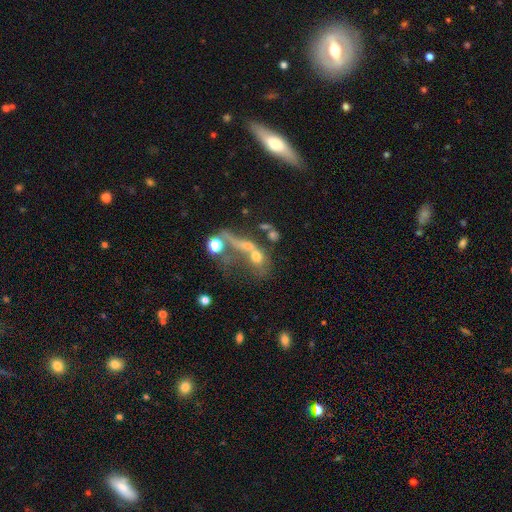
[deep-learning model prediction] smooth-or-featured: smooth: 45% | featured or disk: 36% | star or artifact: 19%
  merging: merger: 49% | major disturbance: 22% | none: 20% | minor disturbance: 9%